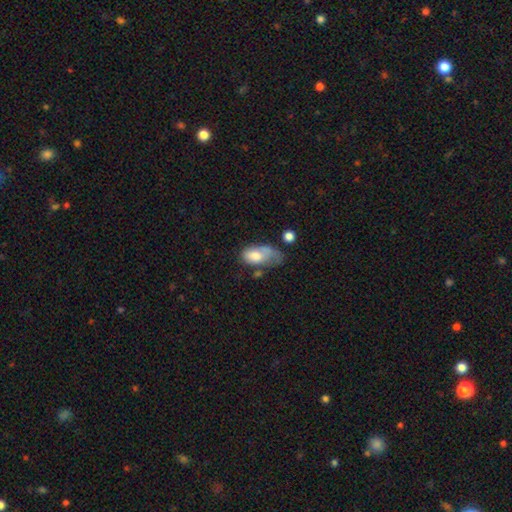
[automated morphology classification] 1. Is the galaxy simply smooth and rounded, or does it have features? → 71% smooth, 21% featured or disk, 8% star or artifact.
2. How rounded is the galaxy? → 90% in between, 7% round, 3% cigar-shaped.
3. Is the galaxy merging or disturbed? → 37% major disturbance, 29% minor disturbance, 20% none, 15% merger.